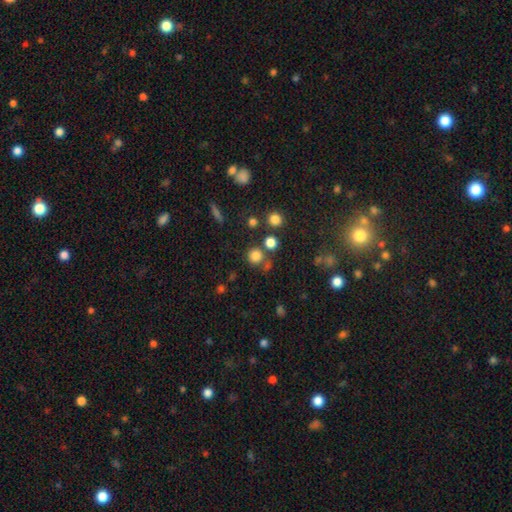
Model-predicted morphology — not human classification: Smooth or featured?
  - smooth: 79% *
  - star or artifact: 16%
  - featured or disk: 6%
How rounded?
  - round: 92% *
  - in between: 7%
  - cigar-shaped: 1%
Merging?
  - none: 72% *
  - merger: 14%
  - minor disturbance: 9%
  - major disturbance: 4%